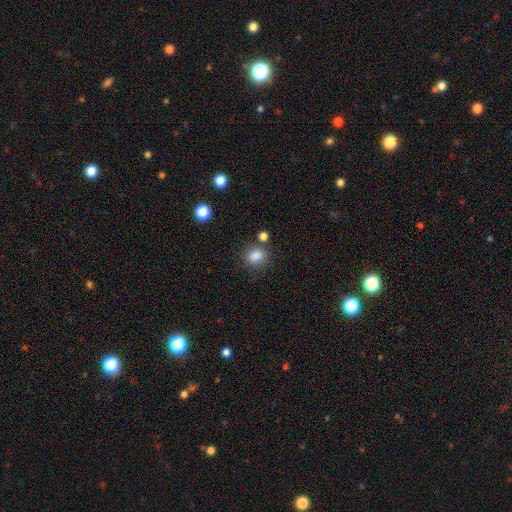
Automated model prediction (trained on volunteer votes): The model was most divided on "how rounded": round: 66%, in between: 33%, cigar-shaped: 1%. More confident: smooth or featured — smooth (84%); merging — none (74%).